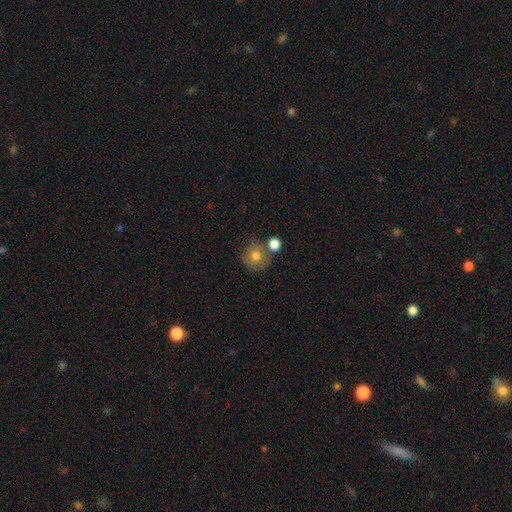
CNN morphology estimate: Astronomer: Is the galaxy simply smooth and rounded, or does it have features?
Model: smooth — 76%.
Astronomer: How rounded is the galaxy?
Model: round — 87%.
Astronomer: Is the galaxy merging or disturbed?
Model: none — 57%.